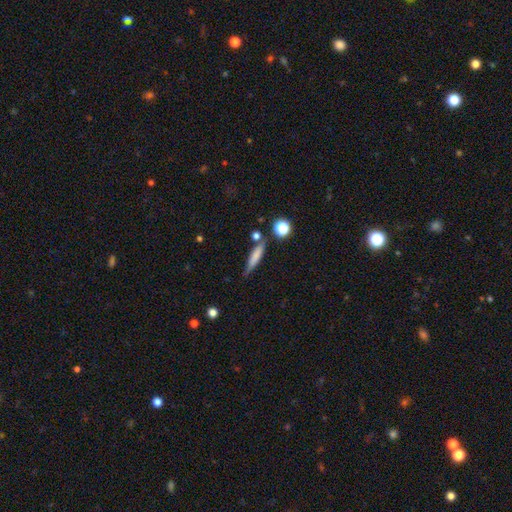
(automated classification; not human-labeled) smooth-or-featured: smooth: 73% | featured or disk: 19% | star or artifact: 8%
  how-rounded: cigar-shaped: 82% | in between: 15% | round: 3%
  merging: none: 69% | minor disturbance: 18% | merger: 9% | major disturbance: 5%